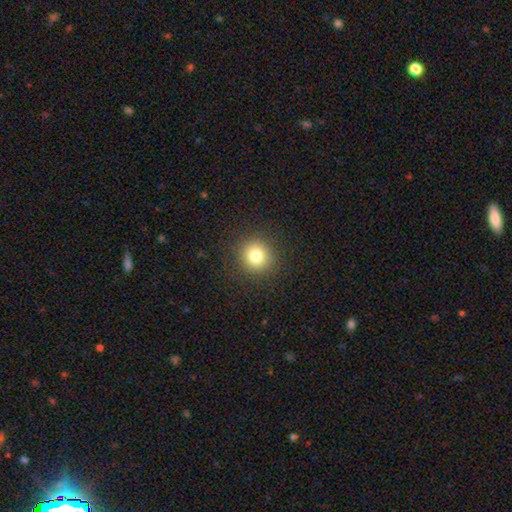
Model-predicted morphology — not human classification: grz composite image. It shows a smooth galaxy with no disk features (80%) that is round (92%). Merging: none (90%).